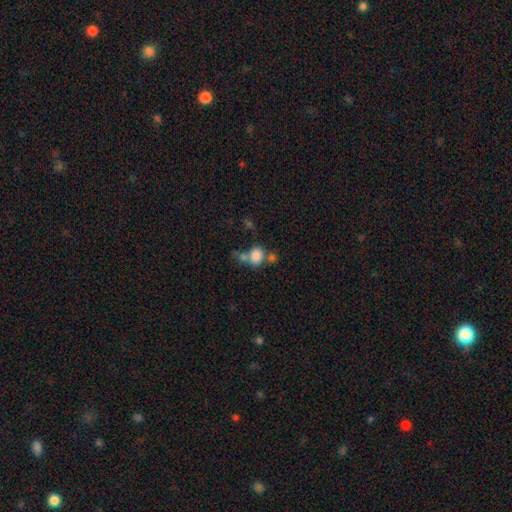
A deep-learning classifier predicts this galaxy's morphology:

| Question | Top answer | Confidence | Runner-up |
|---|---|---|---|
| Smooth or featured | smooth | 81% | star or artifact (10%) |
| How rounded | round | 62% | in between (37%) |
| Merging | none | 41% | merger (39%) |